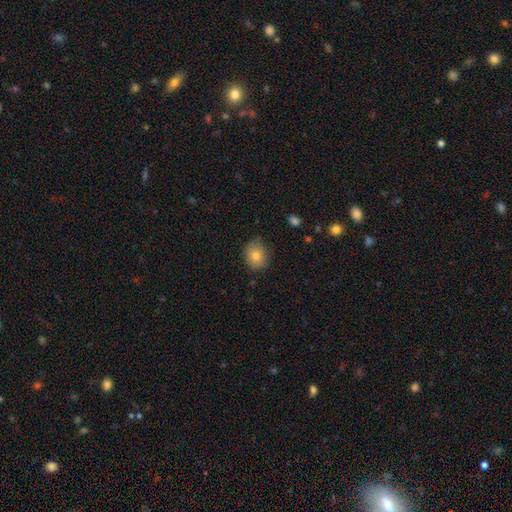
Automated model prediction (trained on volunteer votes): Smooth or featured? smooth (81%)
How rounded? round (64%)
Merging? none (81%)